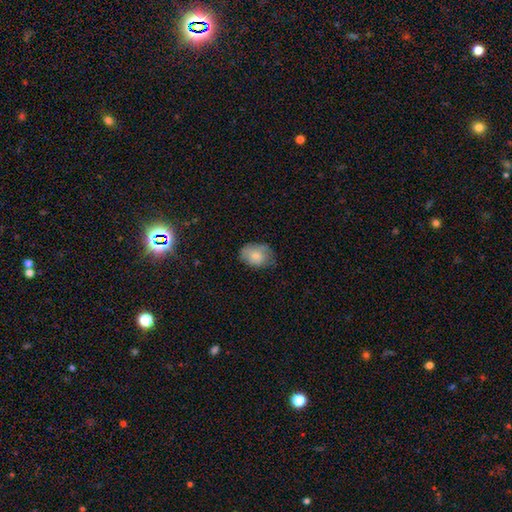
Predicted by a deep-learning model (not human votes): smooth-or-featured: smooth: 77% | featured or disk: 15% | star or artifact: 8%
  how-rounded: in between: 73% | round: 26% | cigar-shaped: 1%
  merging: none: 59% | minor disturbance: 30% | major disturbance: 10% | merger: 1%